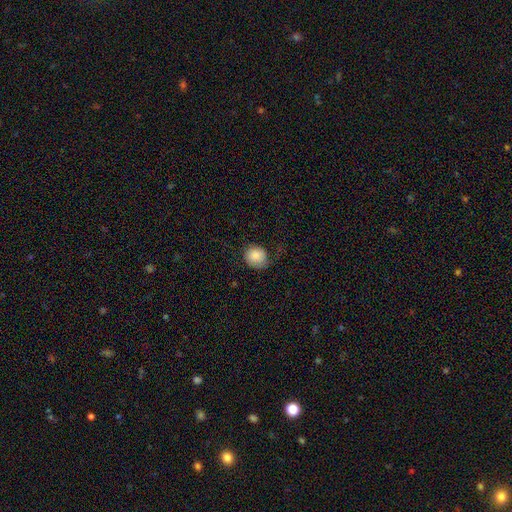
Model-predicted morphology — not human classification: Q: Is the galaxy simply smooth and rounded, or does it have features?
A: smooth — 83%.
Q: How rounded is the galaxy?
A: round — 77%.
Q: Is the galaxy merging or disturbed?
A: none — 56%.